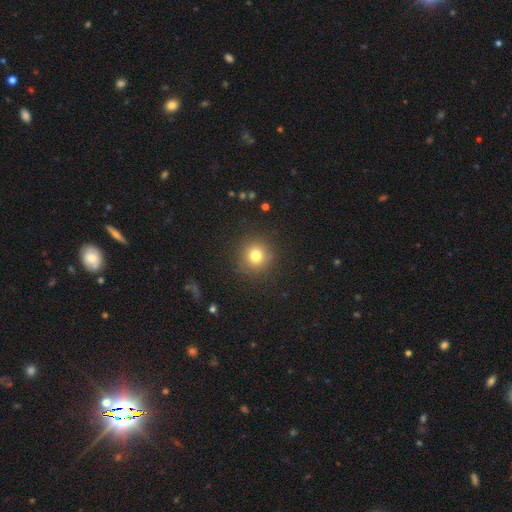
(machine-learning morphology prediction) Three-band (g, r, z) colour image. It shows a smooth galaxy with no disk features (78%) that is round (93%). Merging: none (89%).